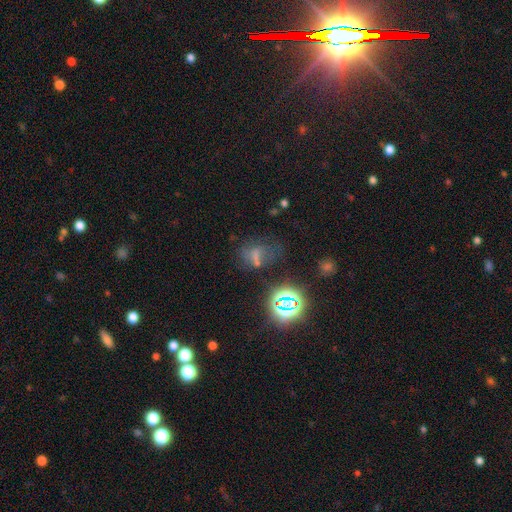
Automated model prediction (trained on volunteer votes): This is marginally a smooth galaxy (43%). Merging: marginally none (38%).